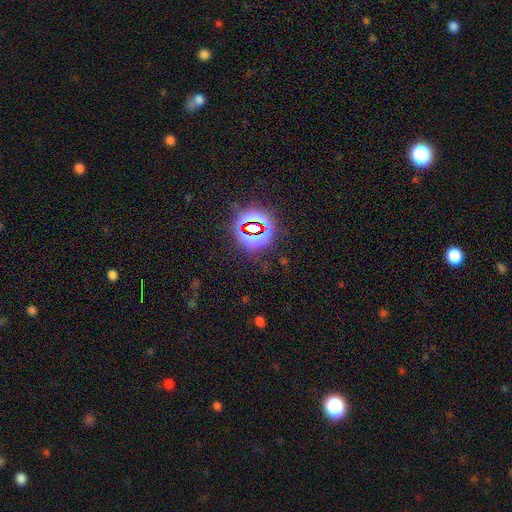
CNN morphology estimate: smooth-or-featured: star or artifact: 81% | smooth: 12% | featured or disk: 8%